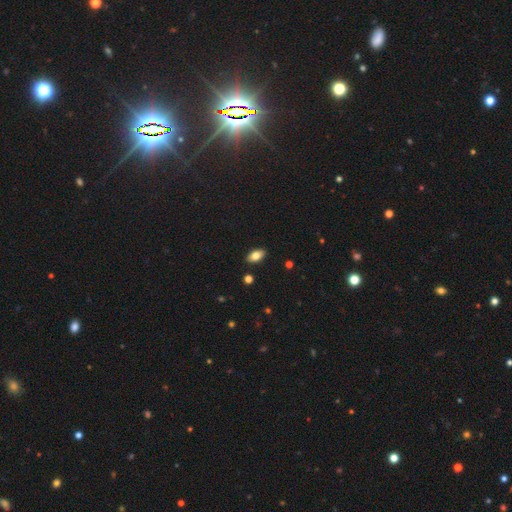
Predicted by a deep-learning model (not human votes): Morphology: type=smooth (79%); roundness=in between (92%); merging=none (89%).